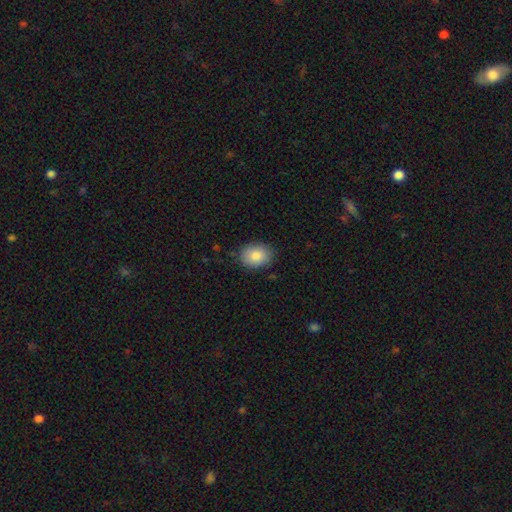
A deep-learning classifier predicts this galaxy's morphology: The model was most divided on "how rounded": in between: 73%, round: 26%, cigar-shaped: 1%. More confident: smooth or featured — smooth (86%); merging — none (84%).